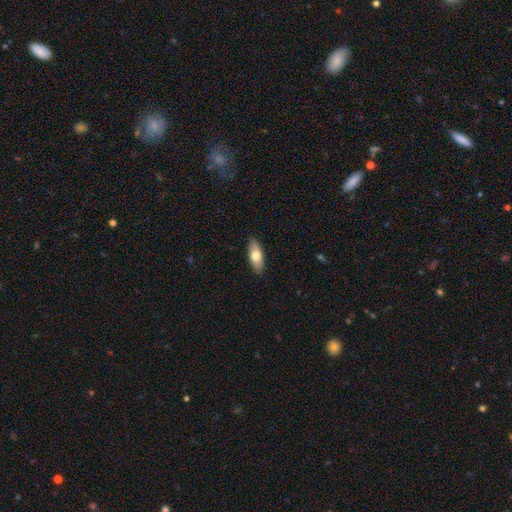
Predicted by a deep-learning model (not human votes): Smooth or featured: smooth — 70% (featured or disk — 24%)
How rounded: in between — 76% (cigar-shaped — 22%)
Merging: none — 89% (minor disturbance — 9%)